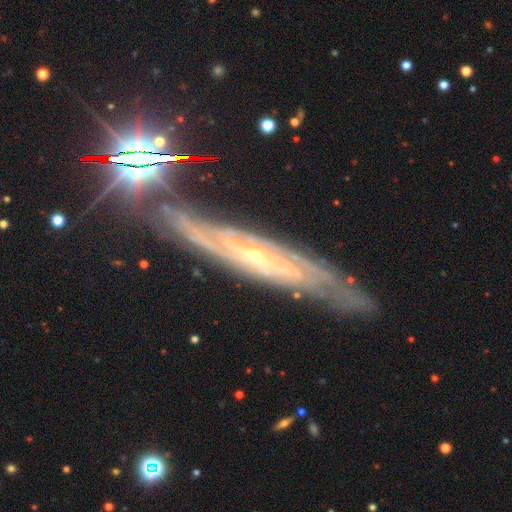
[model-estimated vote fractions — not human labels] The model was most divided on "edge-on disk": no: 61%, yes: 39%. More confident: smooth or featured — featured or disk (81%); merging — none (79%).